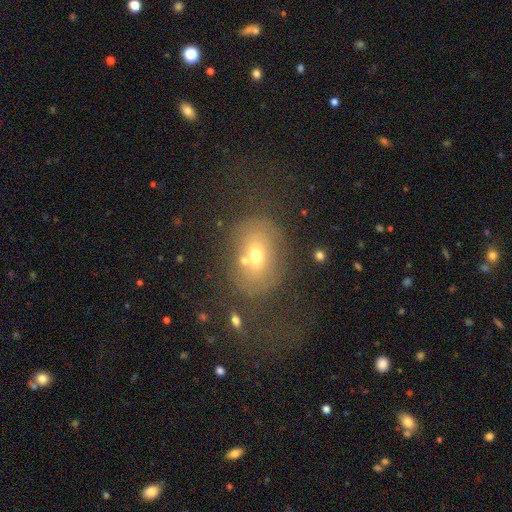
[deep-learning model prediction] smooth-or-featured: smooth: 54% | featured or disk: 32% | star or artifact: 14%
  how-rounded: in between: 71% | round: 27% | cigar-shaped: 2%
  merging: none: 42% | major disturbance: 22% | merger: 19% | minor disturbance: 17%